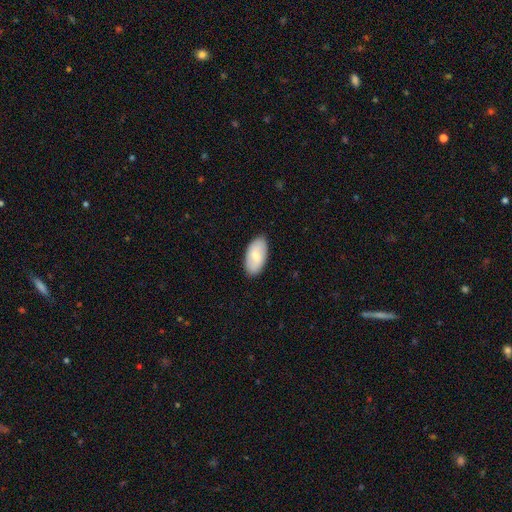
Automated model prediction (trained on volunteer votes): This is likely a smooth galaxy (71%). How rounded: clearly in between (95%). Merging: clearly none (87%).